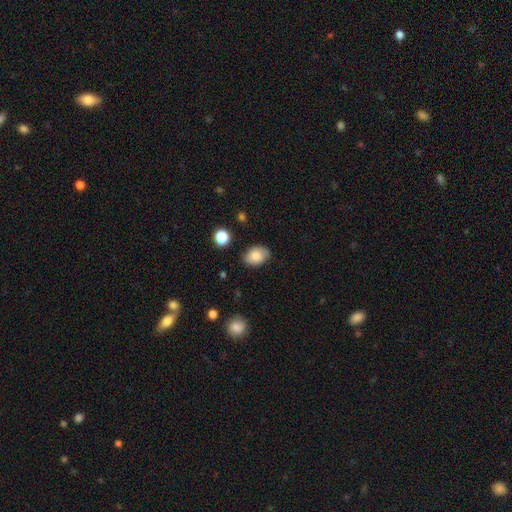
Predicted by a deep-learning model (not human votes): This is likely a smooth galaxy (80%). How rounded: likely in between (78%). Merging: likely none (78%).